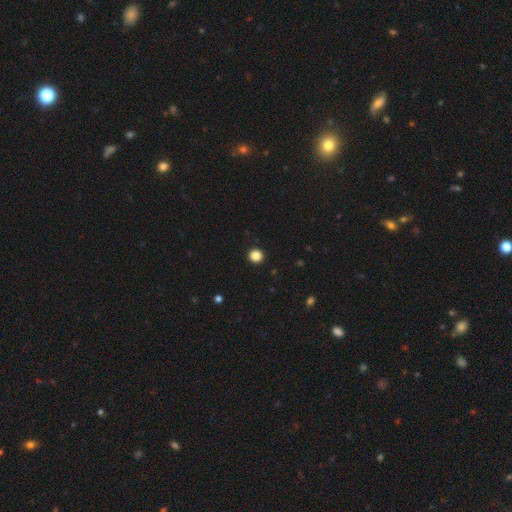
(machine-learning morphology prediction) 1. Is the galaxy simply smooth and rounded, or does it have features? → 86% smooth, 11% star or artifact, 3% featured or disk.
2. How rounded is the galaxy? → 94% round, 5% in between, 1% cigar-shaped.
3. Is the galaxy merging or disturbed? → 94% none, 4% minor disturbance, 2% major disturbance, 1% merger.